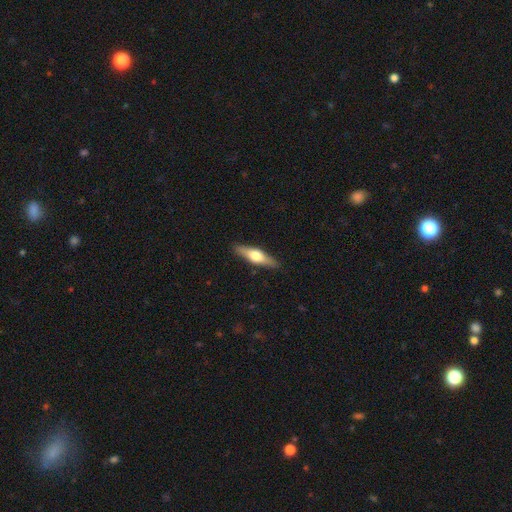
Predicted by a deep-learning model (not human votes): A featured or disk galaxy (55%) viewed edge-on (94%) with a rounded central bulge (93%). Merging: none (89%).